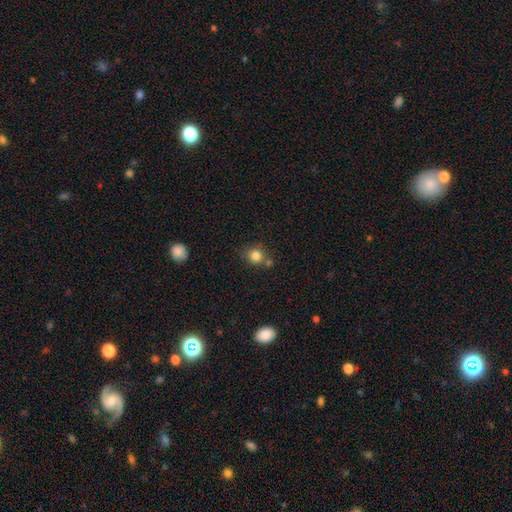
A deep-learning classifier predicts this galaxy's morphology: A smooth galaxy with no disk features (82%) that is round (83%). Merging: none (63%).